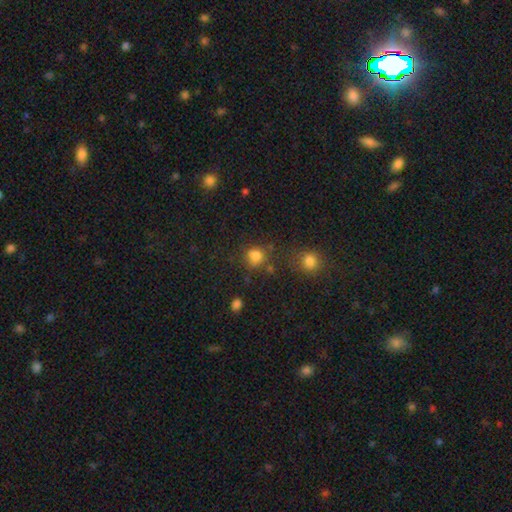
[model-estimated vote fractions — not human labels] smooth_or_featured: smooth (p=0.74) [alt: star or artifact p=0.18]
how_rounded: round (p=0.76) [alt: in between p=0.23]
merging: none (p=0.60) [alt: minor disturbance p=0.17]